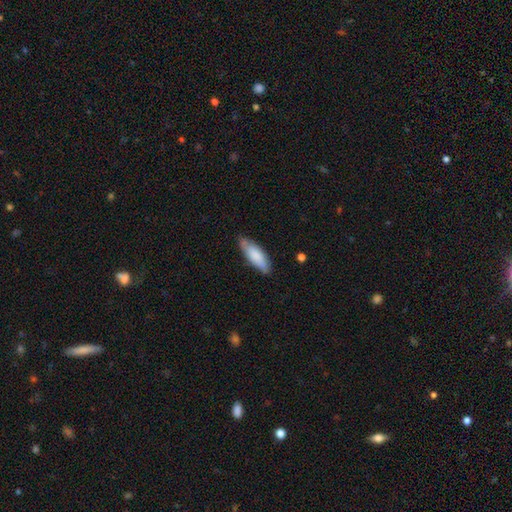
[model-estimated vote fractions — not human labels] Overall: smooth (80%). How rounded: in between (59%; cigar-shaped 39%). Merging: none (76%).